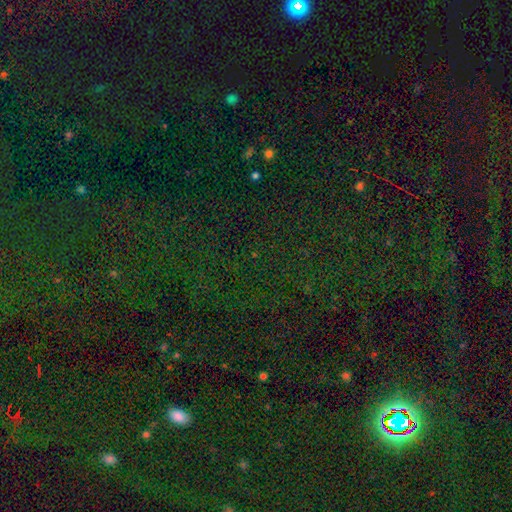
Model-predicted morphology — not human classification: smooth-or-featured: star or artifact: 82% | smooth: 11% | featured or disk: 7%